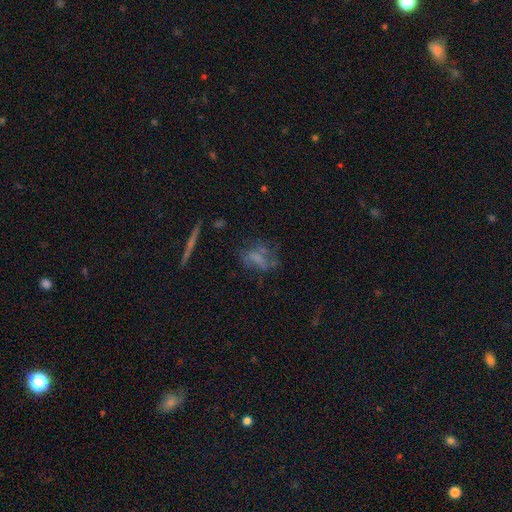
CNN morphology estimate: A featured or disk galaxy (46%).

Vote fractions:
- Smooth or featured? featured or disk: 46% / smooth: 35% / star or artifact: 19%
- Merging? none: 51% / major disturbance: 24% / minor disturbance: 21% / merger: 4%